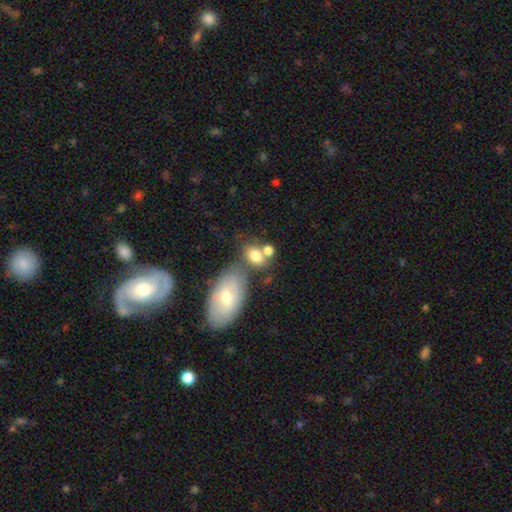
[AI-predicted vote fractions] This is likely a smooth galaxy (76%). How rounded: likely in between (76%). Merging: marginally none (41%).